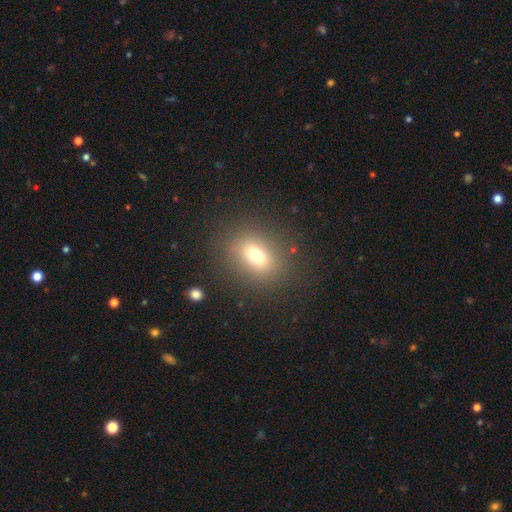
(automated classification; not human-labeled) The model was most divided on "how rounded": in between: 57%, round: 41%, cigar-shaped: 2%. More confident: merging — none (84%); smooth or featured — smooth (72%).